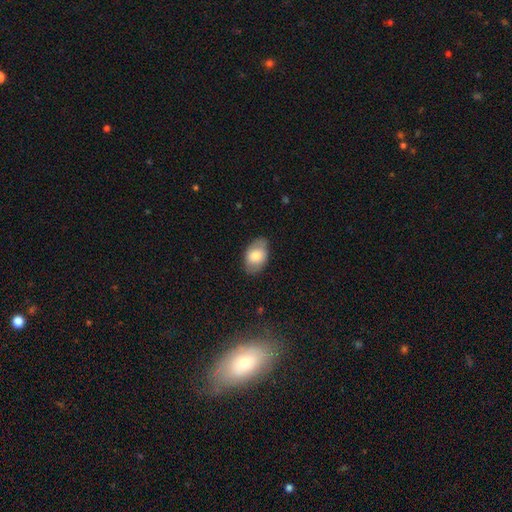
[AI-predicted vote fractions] This appears to be a smooth galaxy with no disk features (72%) that is in between round and cigar-shaped (90%). Merging: none (80%).